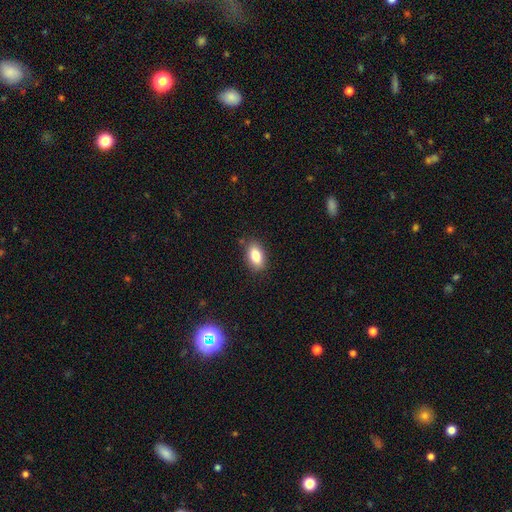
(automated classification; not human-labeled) This is clearly a smooth galaxy (83%). How rounded: clearly in between (89%). Merging: clearly none (86%).